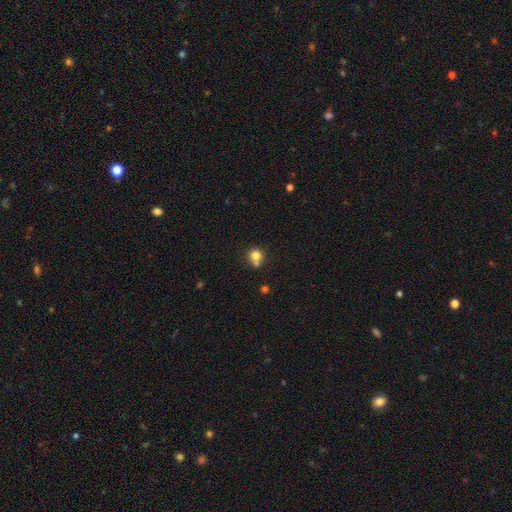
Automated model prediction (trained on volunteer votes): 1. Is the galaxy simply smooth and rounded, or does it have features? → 77% smooth, 12% star or artifact, 11% featured or disk.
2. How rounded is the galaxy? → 84% round, 15% in between, 1% cigar-shaped.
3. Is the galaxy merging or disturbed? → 51% none, 29% merger, 15% minor disturbance, 5% major disturbance.